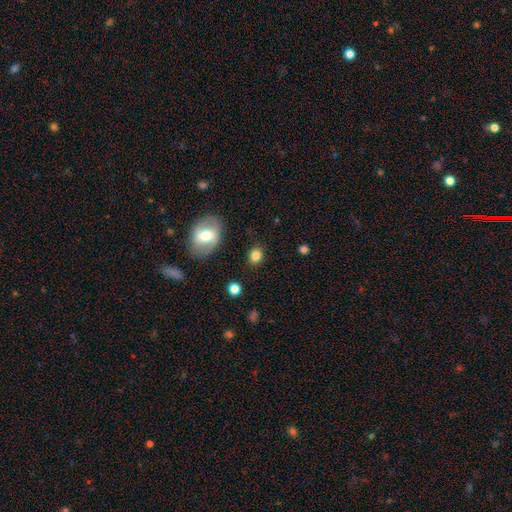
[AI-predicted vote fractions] A smooth galaxy with no disk features (82%) that is round (53%). Merging: none (84%).